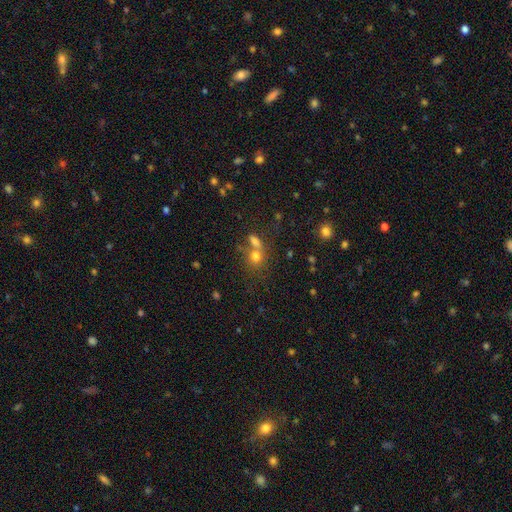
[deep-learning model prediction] This appears to be a smooth galaxy with no disk features (72%) that is round (68%). Merging: merger (45%).